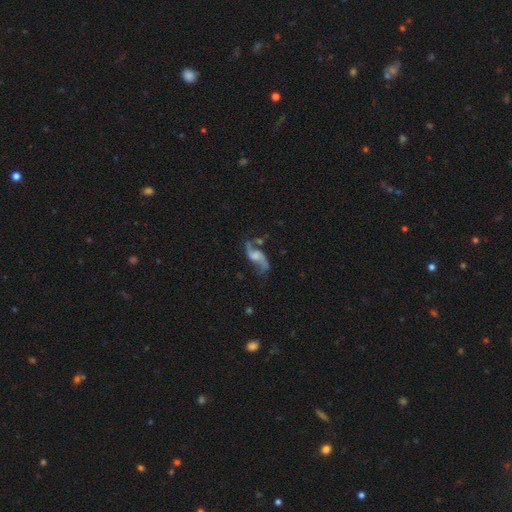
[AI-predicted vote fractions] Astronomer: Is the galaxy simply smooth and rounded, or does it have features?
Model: featured or disk — 85%.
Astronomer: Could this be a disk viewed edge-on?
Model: no — 96%.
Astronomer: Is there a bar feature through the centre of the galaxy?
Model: no — 51% (runner-up: weak, 38%).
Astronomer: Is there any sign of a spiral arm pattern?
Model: yes — 95%.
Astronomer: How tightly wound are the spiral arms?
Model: loose — 80%.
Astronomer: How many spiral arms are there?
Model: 2 — 92%.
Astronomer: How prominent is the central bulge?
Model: none — 37% (runner-up: moderate, 23%).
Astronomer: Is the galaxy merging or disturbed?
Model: none — 63%.